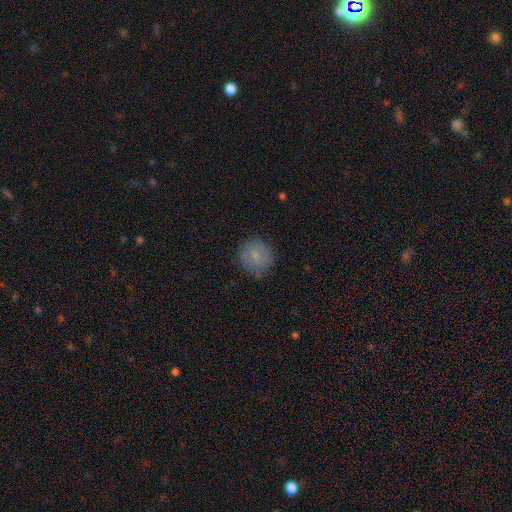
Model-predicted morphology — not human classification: A smooth galaxy with no disk features (77%) that is round (87%). Merging: none (75%).